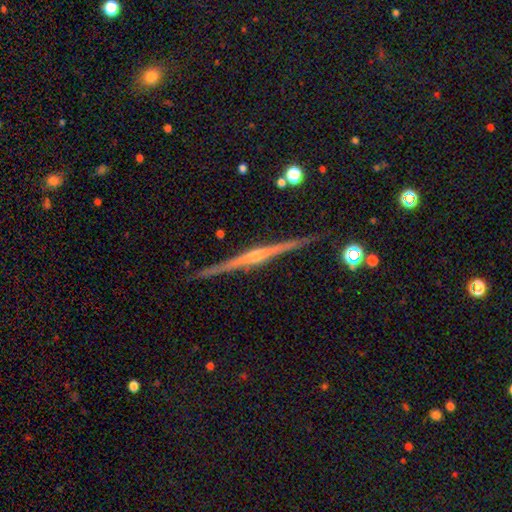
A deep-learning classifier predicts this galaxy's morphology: type=featured or disk (83%); edge-on=yes (98%); edge-on bulge=rounded (67%); merging=none (90%).